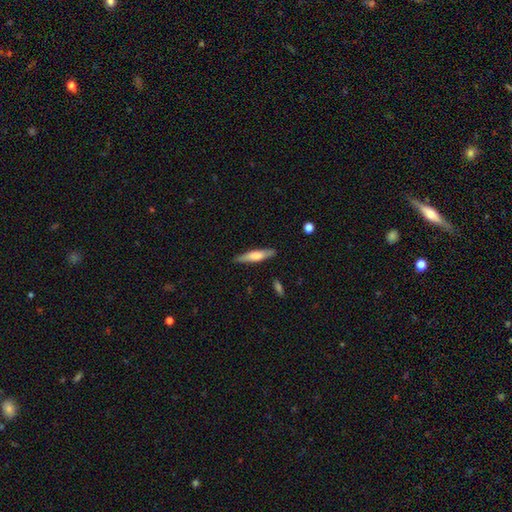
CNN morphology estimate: Smooth or featured: smooth — 56% (featured or disk — 38%)
How rounded: cigar-shaped — 83% (in between — 16%)
Merging: none — 87% (minor disturbance — 9%)